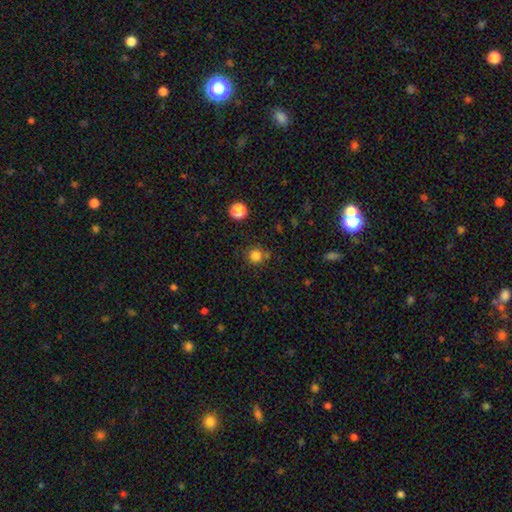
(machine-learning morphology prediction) A smooth galaxy with no disk features (81%) that is round (93%). Merging: none (78%).